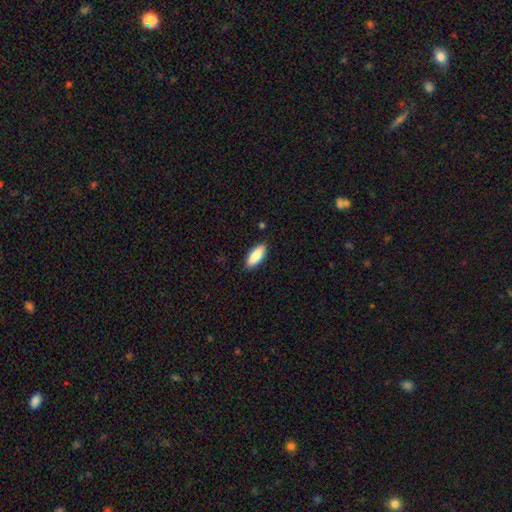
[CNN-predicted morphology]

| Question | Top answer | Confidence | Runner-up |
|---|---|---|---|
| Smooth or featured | smooth | 87% | featured or disk (7%) |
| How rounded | in between | 73% | cigar-shaped (26%) |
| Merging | none | 89% | minor disturbance (9%) |